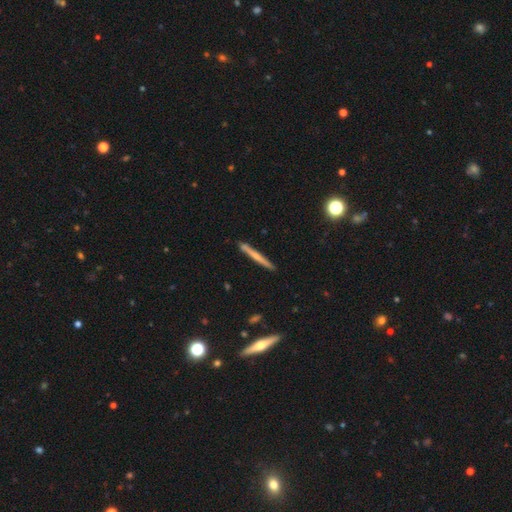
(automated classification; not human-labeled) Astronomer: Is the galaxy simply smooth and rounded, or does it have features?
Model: featured or disk — 49% (runner-up: smooth, 45%).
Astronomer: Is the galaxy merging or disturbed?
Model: none — 88%.